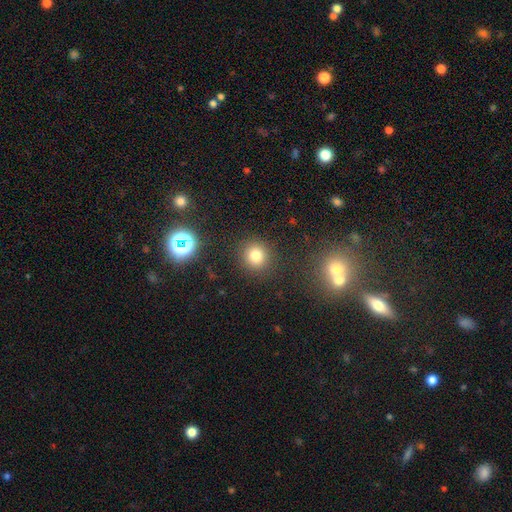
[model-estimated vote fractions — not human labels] smooth 76%, star or artifact 17%, featured or disk 7%. Down the decision tree: how rounded — round (90%); merging — none (88%).